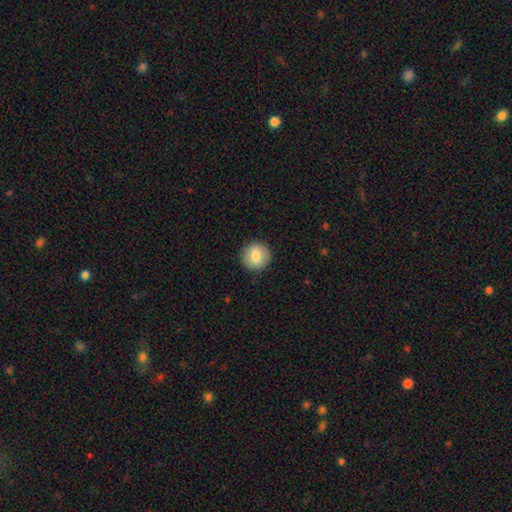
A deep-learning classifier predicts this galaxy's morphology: This is clearly a smooth galaxy (82%). How rounded: clearly round (93%). Merging: clearly none (91%).